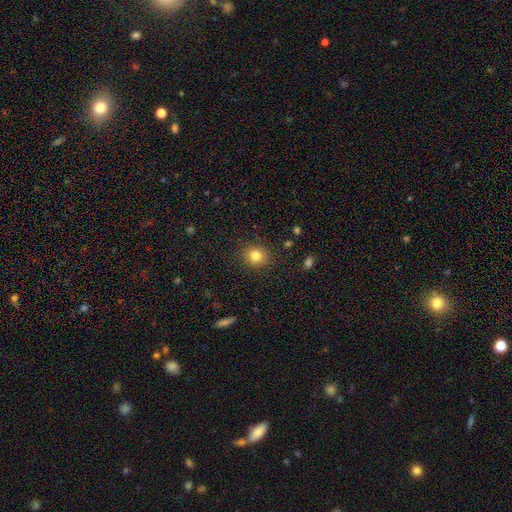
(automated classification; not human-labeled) This is clearly a smooth galaxy (81%). How rounded: likely round (79%). Merging: clearly none (88%).